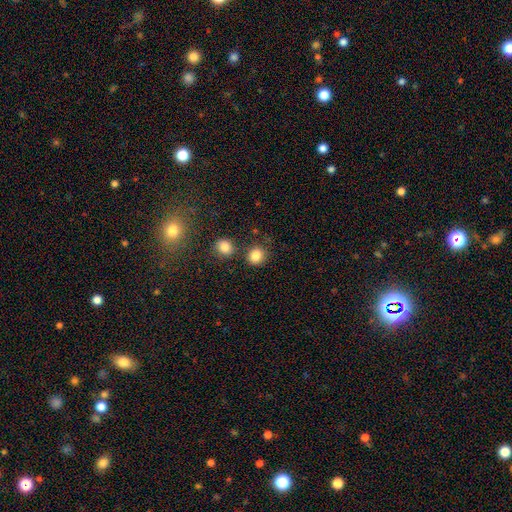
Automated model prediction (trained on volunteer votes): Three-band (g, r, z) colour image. It shows a smooth galaxy with no disk features (84%) that is round (74%). Merging: none (75%).